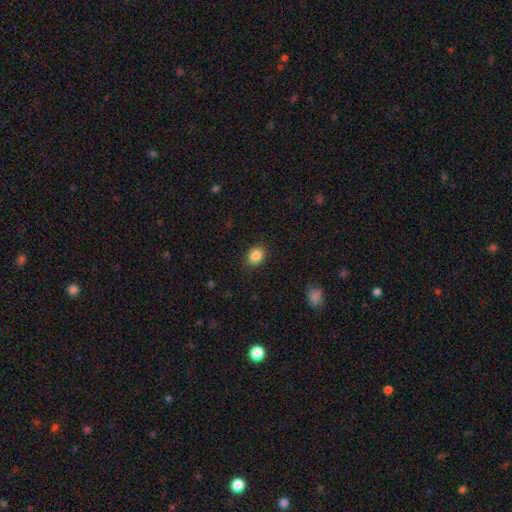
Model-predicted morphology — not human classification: The model was most divided on "how rounded": in between: 53%, round: 46%, cigar-shaped: 1%. More confident: merging — none (87%); smooth or featured — smooth (87%).